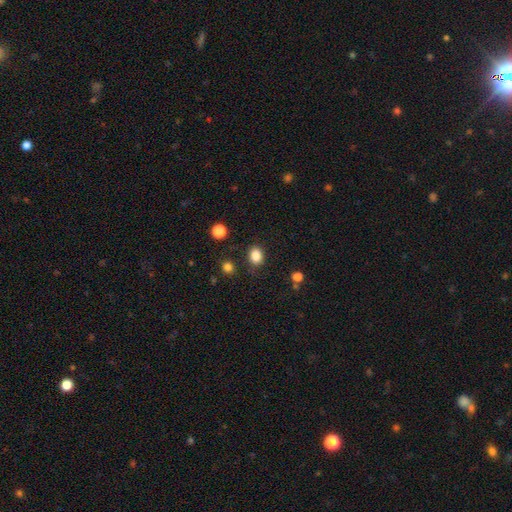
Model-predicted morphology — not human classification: Overall: smooth (85%). How rounded: in between (58%; round 41%). Merging: none (79%).